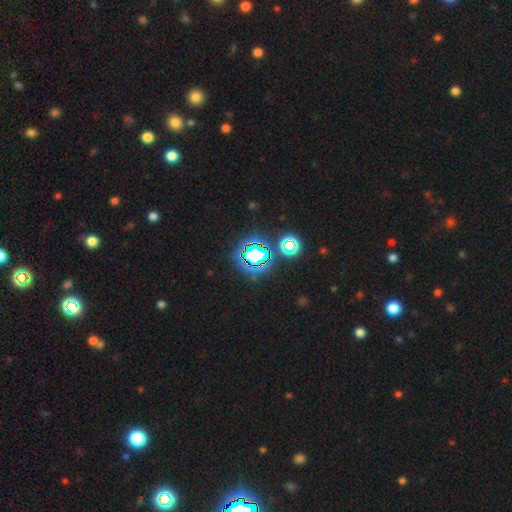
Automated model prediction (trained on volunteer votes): Smooth or featured? Predicted: star or artifact (p=0.69).